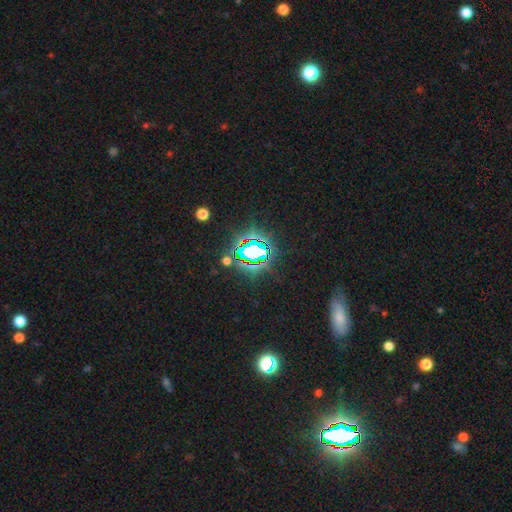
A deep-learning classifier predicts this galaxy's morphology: Smooth or featured? star or artifact (78%)